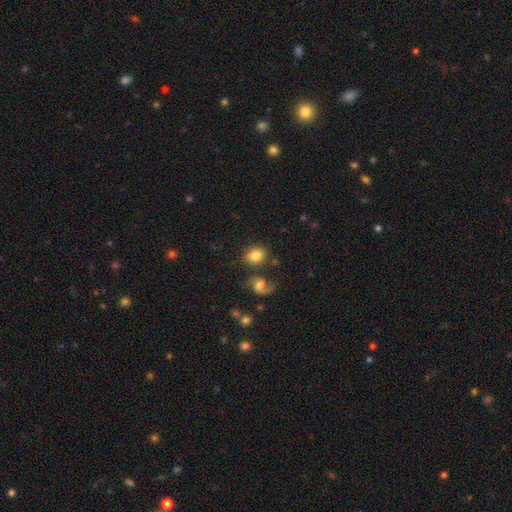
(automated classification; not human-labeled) A smooth galaxy with no disk features (75%) that is round (60%). Merging: none (66%).